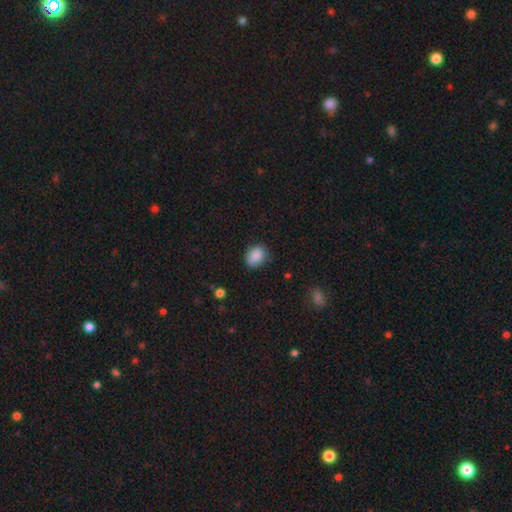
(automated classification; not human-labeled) smooth-or-featured: smooth: 87% | star or artifact: 8% | featured or disk: 4%
  how-rounded: in between: 67% | round: 32% | cigar-shaped: 1%
  merging: none: 75% | minor disturbance: 20% | major disturbance: 4% | merger: 1%